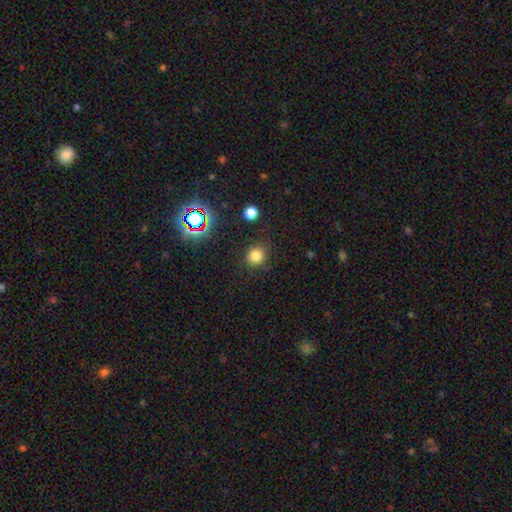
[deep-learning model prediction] smooth-or-featured: smooth: 78% | star or artifact: 16% | featured or disk: 6%
  how-rounded: round: 82% | in between: 17% | cigar-shaped: 1%
  merging: none: 83% | minor disturbance: 11% | major disturbance: 4% | merger: 2%